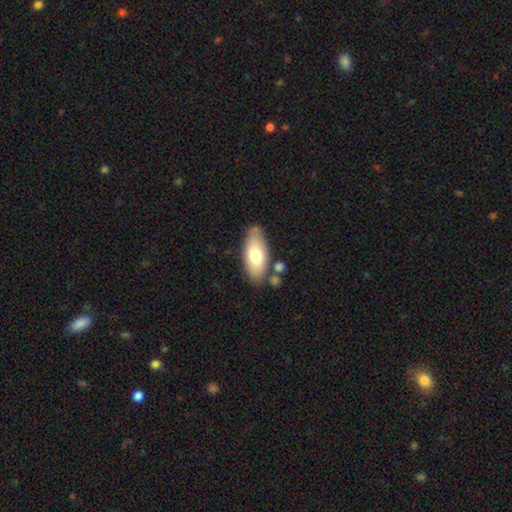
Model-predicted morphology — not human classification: A smooth galaxy with no disk features (71%) that is in between round and cigar-shaped (86%).

Vote fractions:
- Smooth or featured? smooth: 71% / featured or disk: 23% / star or artifact: 6%
- How rounded? in between: 86% / cigar-shaped: 11% / round: 2%
- Merging? none: 72% / minor disturbance: 16% / merger: 9% / major disturbance: 4%